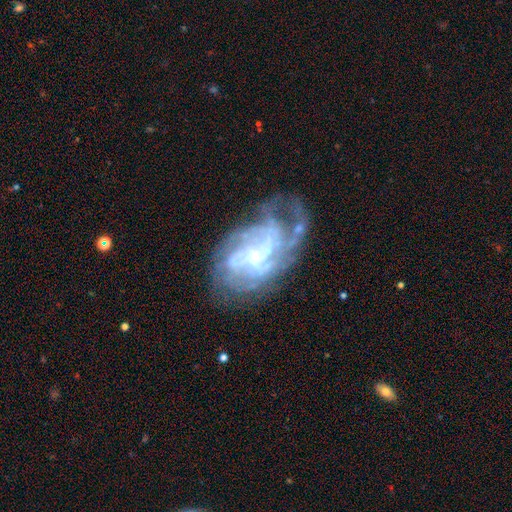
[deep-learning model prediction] Q: Smooth or featured?
A: featured or disk (84%); runner-up: smooth (9%)
Q: Edge-on disk?
A: no (97%); runner-up: yes (3%)
Q: Bar?
A: no (56%); runner-up: weak (34%)
Q: Spiral arms?
A: yes (90%); runner-up: no (10%)
Q: Spiral winding?
A: tight (52%); runner-up: medium (35%)
Q: Spiral arm count?
A: can't tell (39%); runner-up: 4 (18%)
Q: Bulge size?
A: small (70%); runner-up: moderate (18%)
Q: Merging?
A: none (50%); runner-up: major disturbance (23%)